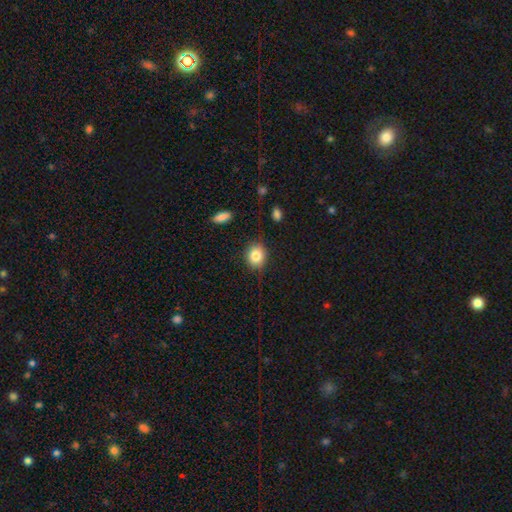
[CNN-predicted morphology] This appears to be a smooth galaxy with no disk features (82%) that is round (64%). Merging: none (78%).